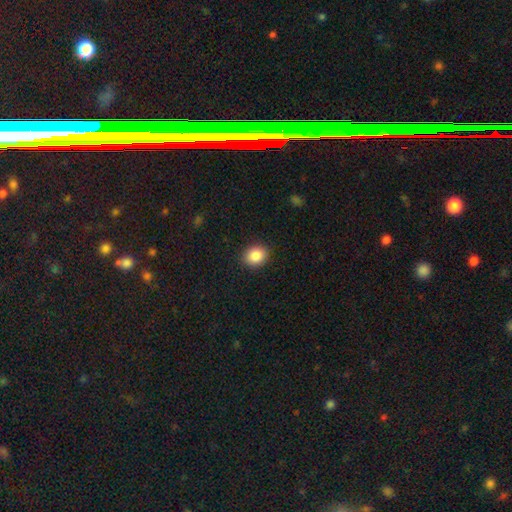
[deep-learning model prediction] smooth-or-featured: smooth: 87% | star or artifact: 9% | featured or disk: 4%
  how-rounded: round: 55% | in between: 44% | cigar-shaped: 1%
  merging: none: 90% | minor disturbance: 7% | major disturbance: 2% | merger: 1%